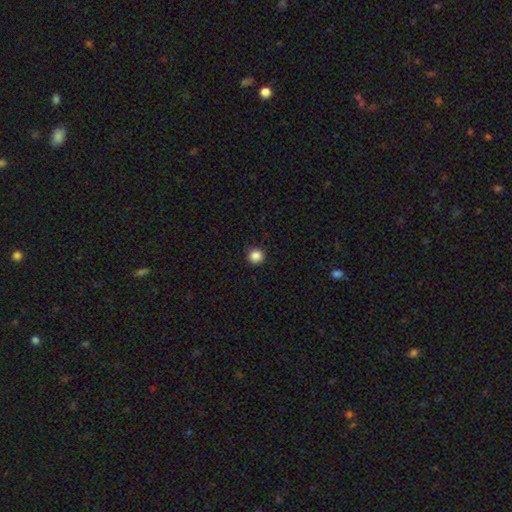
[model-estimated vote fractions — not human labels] Morphology: type=smooth (86%); roundness=round (96%); merging=none (92%).